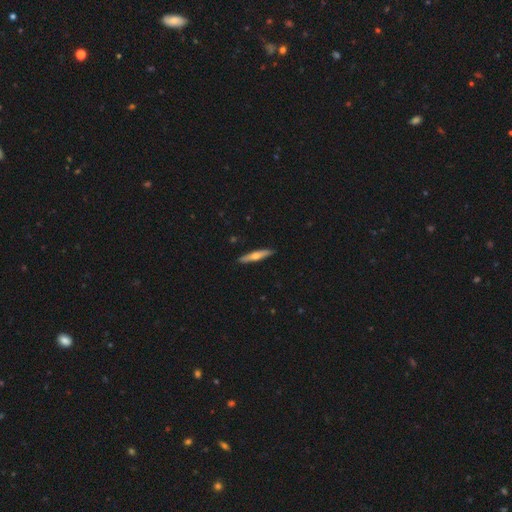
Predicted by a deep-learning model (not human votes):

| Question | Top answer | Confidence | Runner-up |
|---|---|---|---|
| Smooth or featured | smooth | 49% | featured or disk (45%) |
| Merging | none | 91% | minor disturbance (7%) |